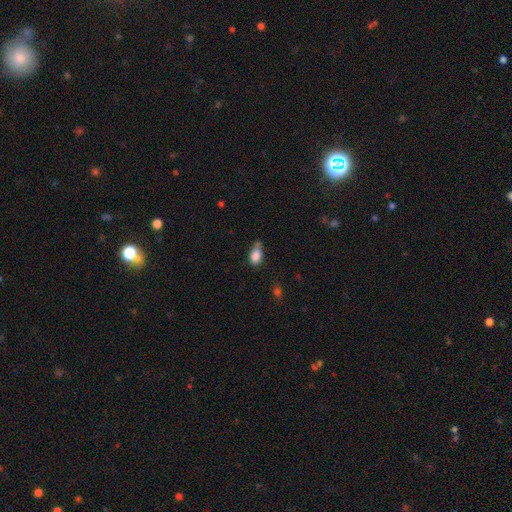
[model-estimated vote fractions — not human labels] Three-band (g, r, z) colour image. It shows a smooth galaxy with no disk features (85%) that is in between round and cigar-shaped (88%). Merging: none (44%).